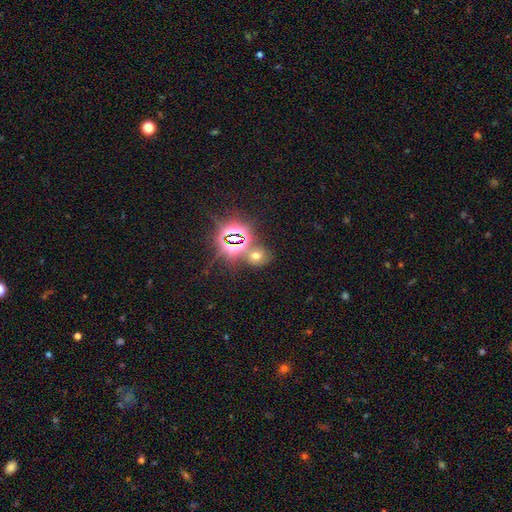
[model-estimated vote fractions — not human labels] smooth-or-featured: smooth: 46% | star or artifact: 44% | featured or disk: 10%
  merging: none: 68% | merger: 16% | minor disturbance: 11% | major disturbance: 5%